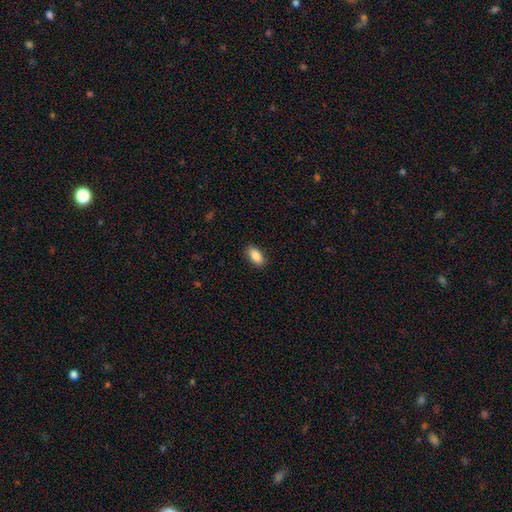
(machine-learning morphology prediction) Smooth or featured: smooth — 88% (star or artifact — 7%)
How rounded: in between — 92% (cigar-shaped — 5%)
Merging: none — 88% (minor disturbance — 9%)